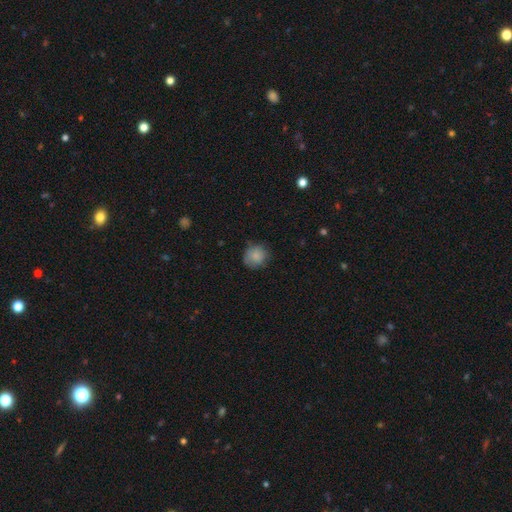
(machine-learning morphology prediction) Smooth or featured?
  - smooth: 85% *
  - star or artifact: 8%
  - featured or disk: 7%
How rounded?
  - round: 89% *
  - in between: 10%
  - cigar-shaped: 1%
Merging?
  - none: 76% *
  - minor disturbance: 19%
  - major disturbance: 4%
  - merger: 1%